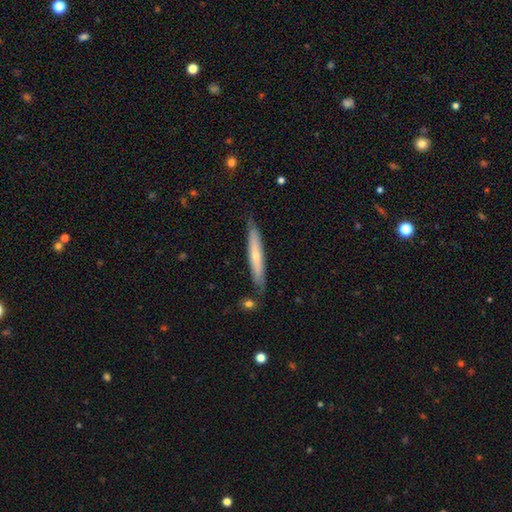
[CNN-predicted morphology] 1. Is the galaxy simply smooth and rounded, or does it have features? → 50% smooth, 45% featured or disk, 6% star or artifact.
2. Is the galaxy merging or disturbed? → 82% none, 13% minor disturbance, 3% merger, 2% major disturbance.